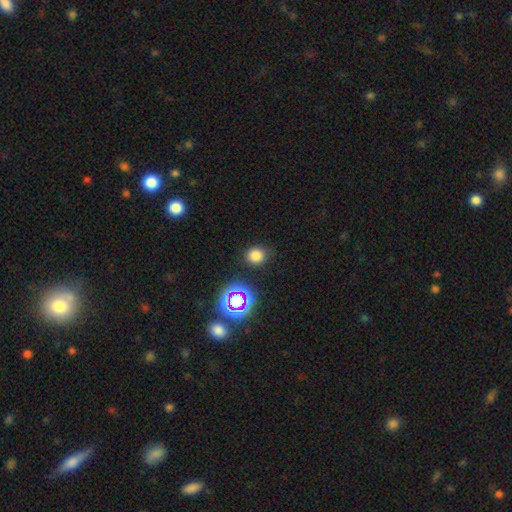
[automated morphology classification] Overall: smooth (76%). How rounded: round (82%). Merging: none (86%).